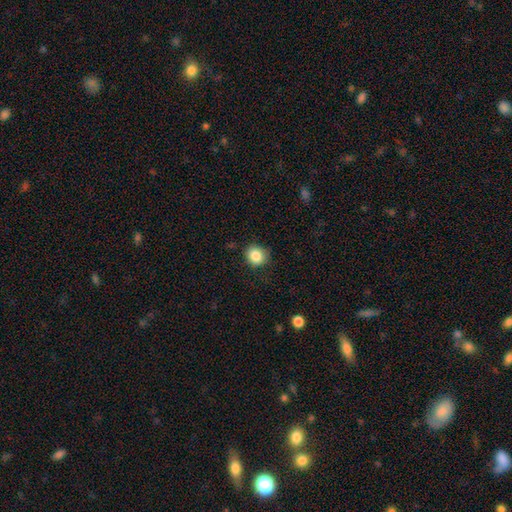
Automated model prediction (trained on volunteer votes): A smooth galaxy with no disk features (85%) that is round (82%). Merging: none (84%).